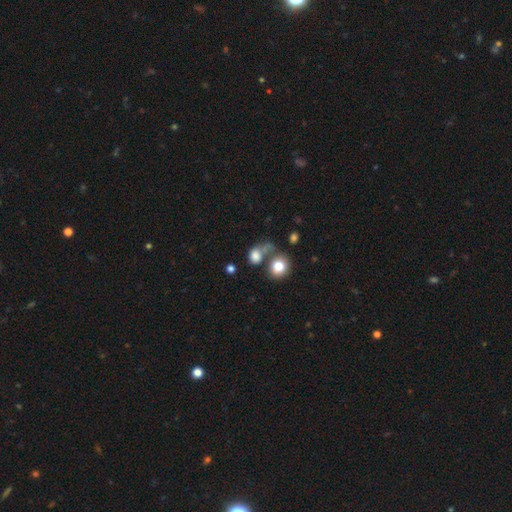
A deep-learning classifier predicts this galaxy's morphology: A smooth galaxy with no disk features (79%) that is round (58%). Merging: none (37%).